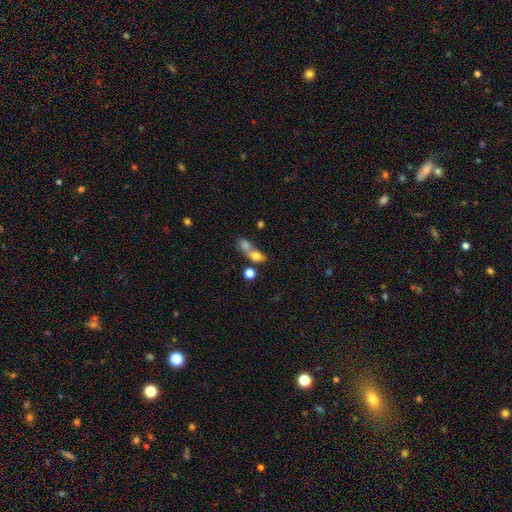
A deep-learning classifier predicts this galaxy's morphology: smooth 72%, featured or disk 16%, star or artifact 12%. Down the decision tree: how rounded — in between (51%); merging — merger (66%).